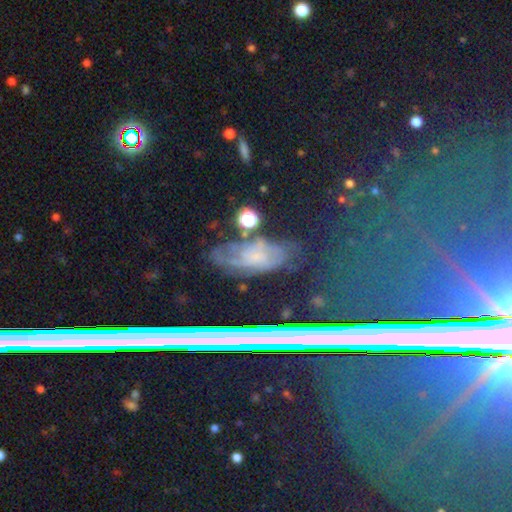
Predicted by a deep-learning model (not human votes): Q: Smooth or featured?
A: featured or disk (36%); runner-up: smooth (35%)
Q: Merging?
A: none (65%); runner-up: minor disturbance (21%)